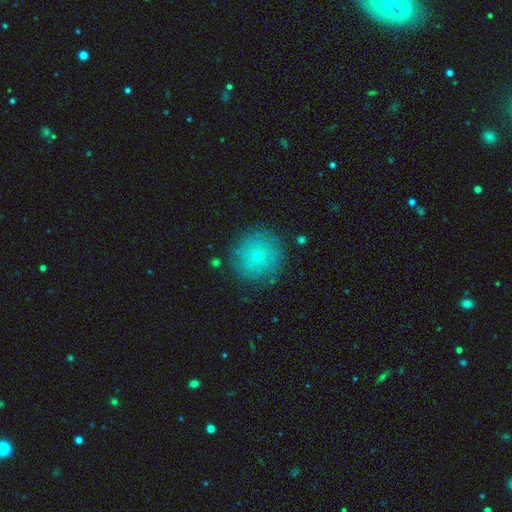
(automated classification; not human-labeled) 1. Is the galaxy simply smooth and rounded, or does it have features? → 65% smooth, 19% star or artifact, 16% featured or disk.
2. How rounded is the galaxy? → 94% round, 5% in between, 1% cigar-shaped.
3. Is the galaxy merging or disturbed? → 87% none, 9% minor disturbance, 3% major disturbance, 1% merger.